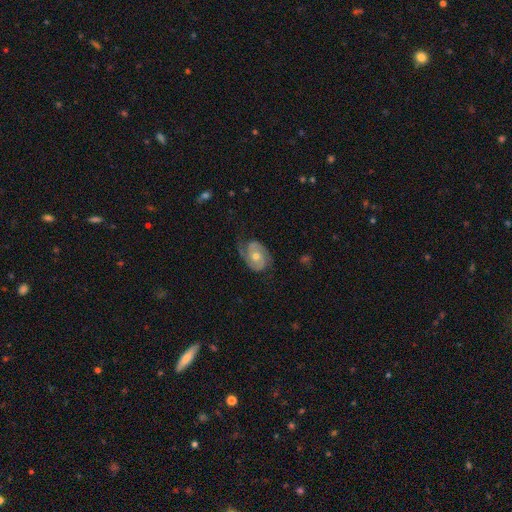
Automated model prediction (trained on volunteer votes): Smooth or featured?
  - featured or disk: 86% *
  - smooth: 9%
  - star or artifact: 5%
Edge-on disk?
  - no: 97% *
  - yes: 3%
Bar?
  - no: 73% *
  - weak: 22%
  - strong: 5%
Spiral arms?
  - yes: 97% *
  - no: 3%
Spiral winding?
  - tight: 46% *
  - medium: 42%
  - loose: 12%
Spiral arm count?
  - 2: 89% *
  - can't tell: 4%
  - 1: 2%
  - 3: 2%
  - 4: 1%
  - more than 4: 1%
Bulge size?
  - moderate: 63% *
  - small: 33%
  - large: 2%
  - none: 1%
  - dominant: 1%
Merging?
  - none: 72% *
  - minor disturbance: 19%
  - major disturbance: 8%
  - merger: 1%